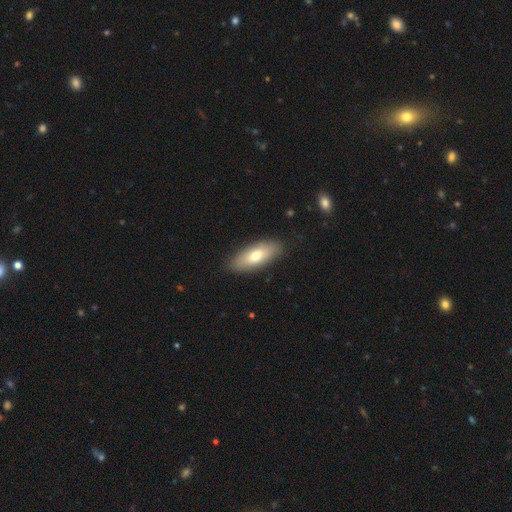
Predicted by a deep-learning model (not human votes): This is likely a smooth galaxy (70%). How rounded: likely in between (76%). Merging: clearly none (87%).